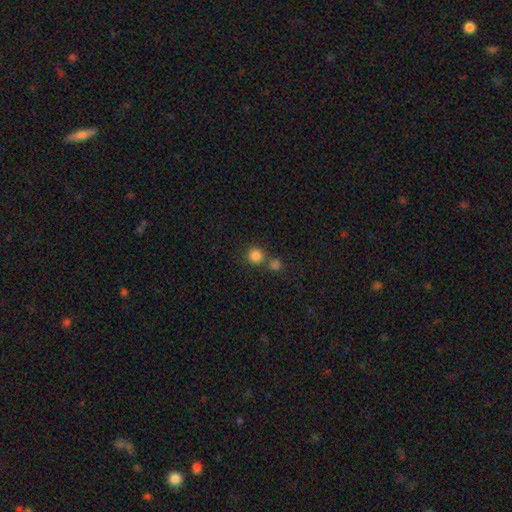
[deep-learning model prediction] Smooth or featured?
  - smooth: 83% *
  - star or artifact: 13%
  - featured or disk: 5%
How rounded?
  - round: 93% *
  - in between: 6%
  - cigar-shaped: 1%
Merging?
  - none: 65% *
  - merger: 25%
  - minor disturbance: 7%
  - major disturbance: 3%